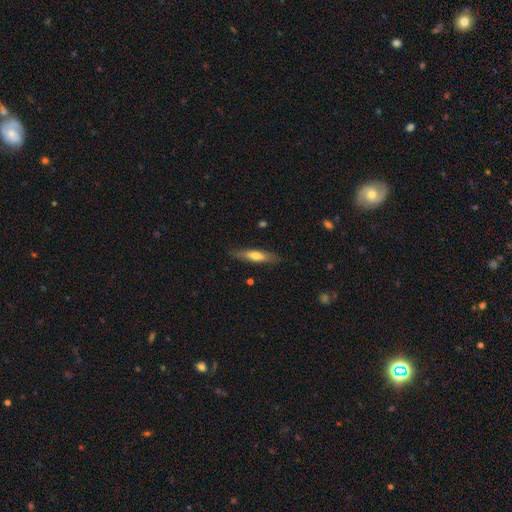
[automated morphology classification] This is possibly a smooth galaxy (55%). How rounded: likely cigar-shaped (78%). Merging: clearly none (83%).